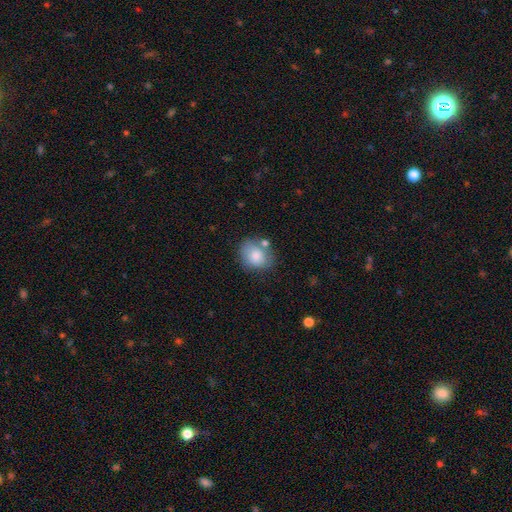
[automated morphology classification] Smooth or featured? Predicted: smooth (p=0.79). How rounded? Predicted: round (p=0.57). Merging? Predicted: none (p=0.63).